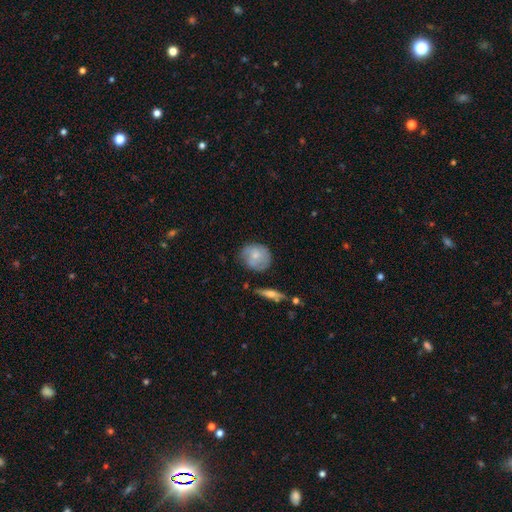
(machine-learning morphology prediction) smooth-or-featured: smooth: 58% | featured or disk: 35% | star or artifact: 7%
  how-rounded: round: 76% | in between: 22% | cigar-shaped: 2%
  merging: none: 63% | minor disturbance: 26% | major disturbance: 7% | merger: 4%